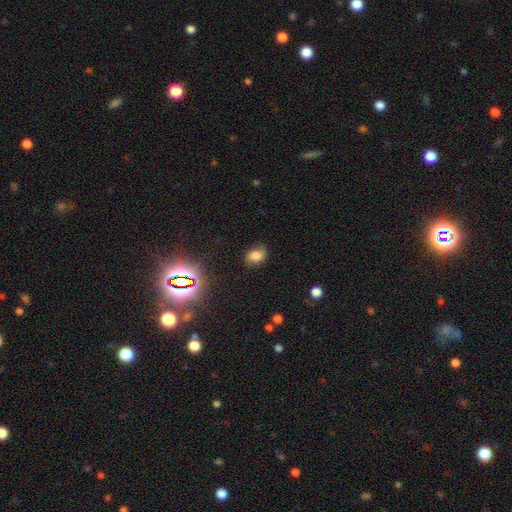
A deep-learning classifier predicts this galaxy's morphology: Smooth or featured?
  - smooth: 75% *
  - star or artifact: 15%
  - featured or disk: 10%
How rounded?
  - in between: 70% *
  - round: 29%
  - cigar-shaped: 1%
Merging?
  - none: 74% *
  - minor disturbance: 19%
  - major disturbance: 5%
  - merger: 2%